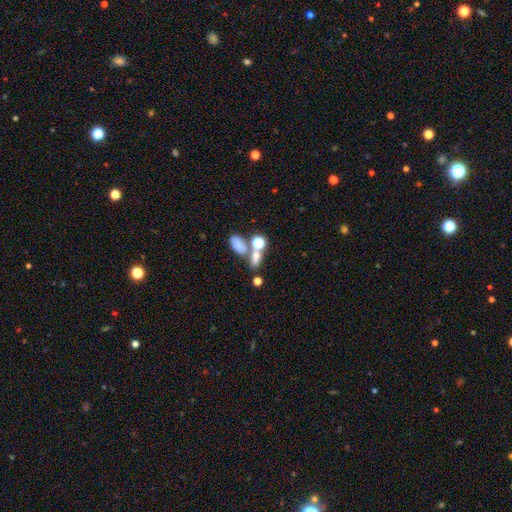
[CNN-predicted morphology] A smooth galaxy with no disk features (67%) that is in between round and cigar-shaped (69%). Merging: merger (44%).